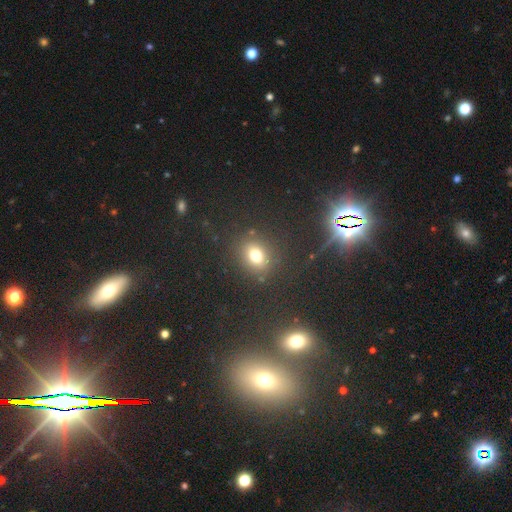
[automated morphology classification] Smooth or featured: smooth — 71% (star or artifact — 20%)
How rounded: round — 52% (in between — 46%)
Merging: none — 82% (minor disturbance — 10%)